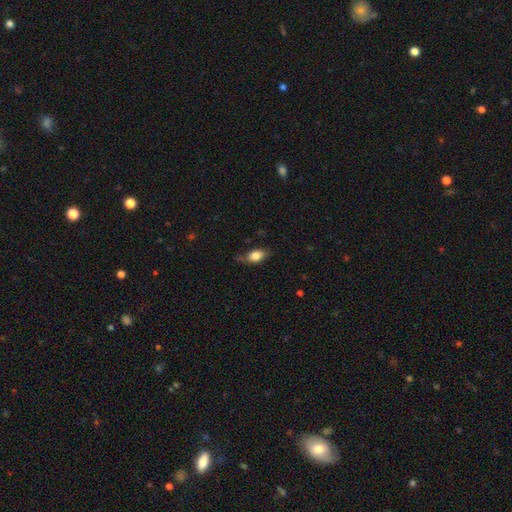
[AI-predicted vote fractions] This appears to be a smooth galaxy with no disk features (79%) that is in between round and cigar-shaped (84%). Merging: none (68%).